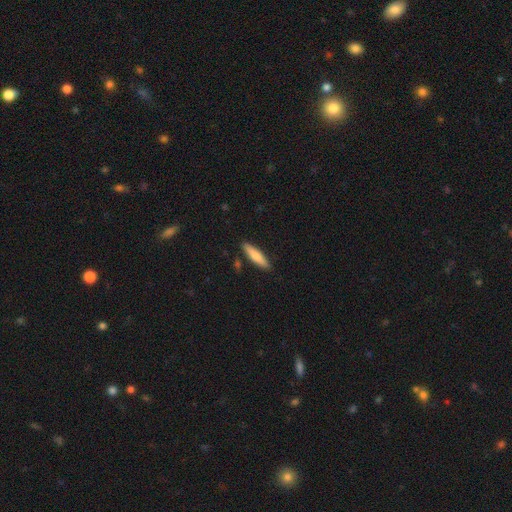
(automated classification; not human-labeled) smooth 75%, featured or disk 19%, star or artifact 5%. Down the decision tree: how rounded — cigar-shaped (80%); merging — none (87%).